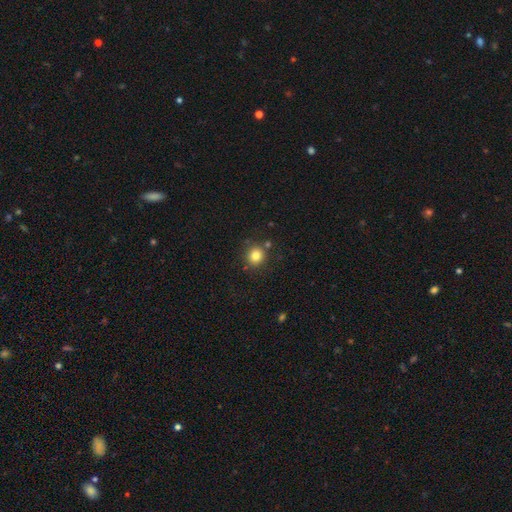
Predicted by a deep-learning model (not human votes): This is clearly a smooth galaxy (81%). How rounded: clearly round (90%). Merging: clearly none (82%).